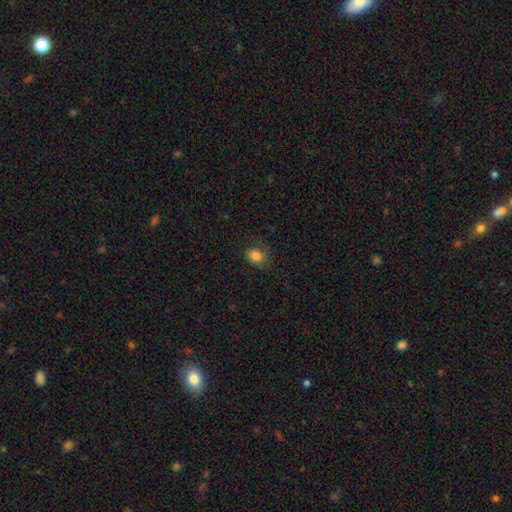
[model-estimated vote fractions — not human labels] This appears to be a smooth galaxy with no disk features (82%) that is round (53%). Merging: none (74%).